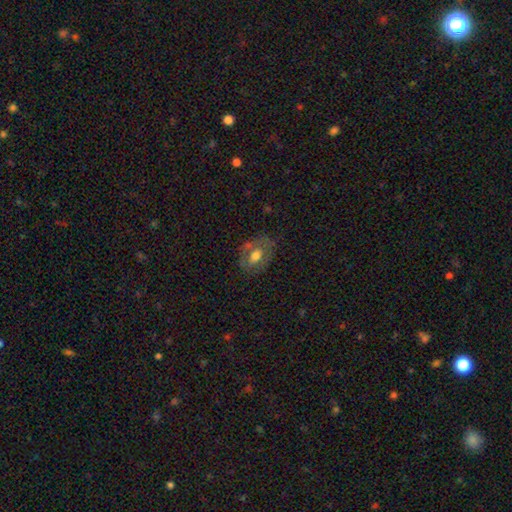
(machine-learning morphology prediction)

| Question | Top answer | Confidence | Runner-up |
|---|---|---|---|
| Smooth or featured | smooth | 50% | featured or disk (42%) |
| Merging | none | 69% | minor disturbance (20%) |